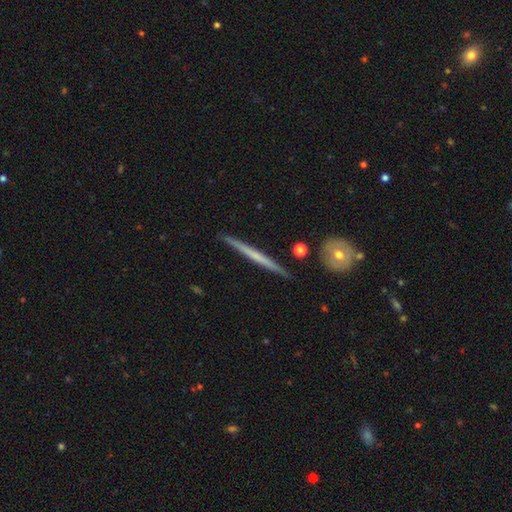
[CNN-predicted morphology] A featured or disk galaxy (59%) viewed edge-on (97%) with no central bulge (81%).

Vote fractions:
- Smooth or featured? featured or disk: 59% / smooth: 36% / star or artifact: 5%
- Edge-on disk? yes: 97% / no: 3%
- Edge-on bulge? none: 81% / rounded: 14% / boxy: 4%
- Merging? none: 91% / minor disturbance: 6% / merger: 1% / major disturbance: 1%